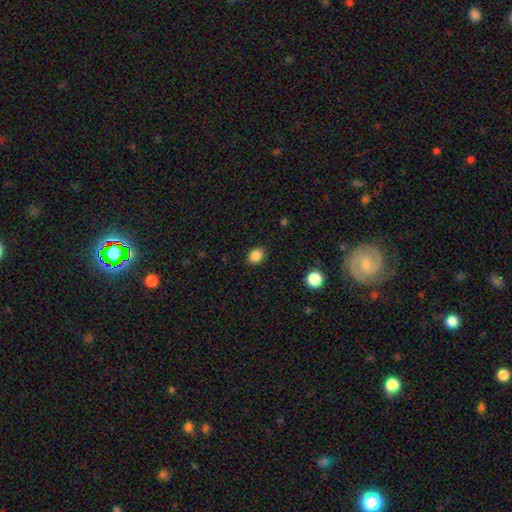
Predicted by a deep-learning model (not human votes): A smooth galaxy with no disk features (87%) that is in between round and cigar-shaped (59%). Merging: none (88%).